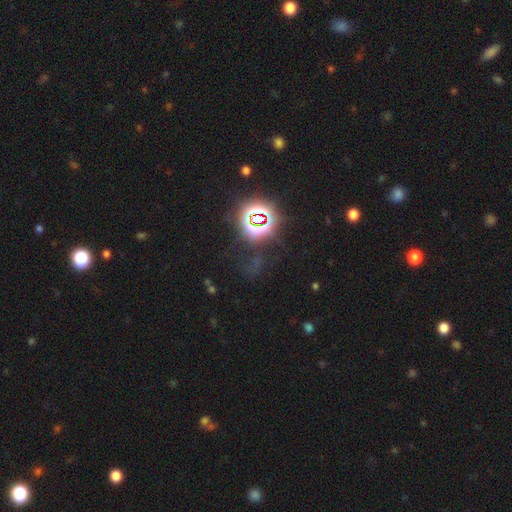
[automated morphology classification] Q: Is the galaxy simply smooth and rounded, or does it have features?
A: star or artifact — 78%.